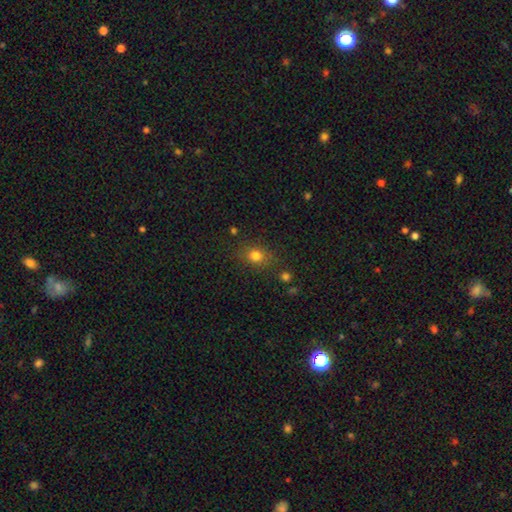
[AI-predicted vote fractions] The model was most divided on "how rounded": round: 60%, in between: 39%, cigar-shaped: 2%. More confident: merging — none (79%); smooth or featured — smooth (79%).